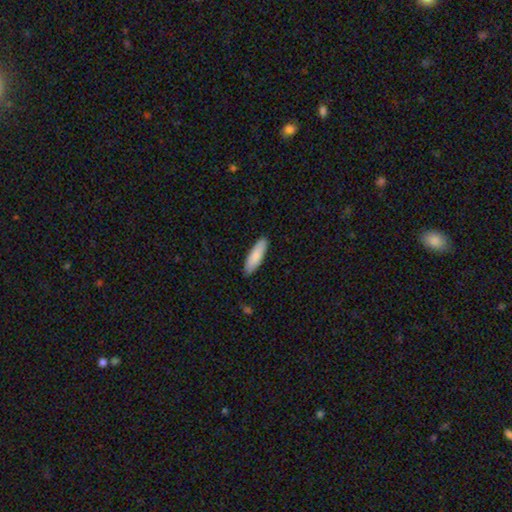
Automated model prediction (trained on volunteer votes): The model was most divided on "how rounded": cigar-shaped: 55%, in between: 43%, round: 1%. More confident: merging — none (88%); smooth or featured — smooth (85%).